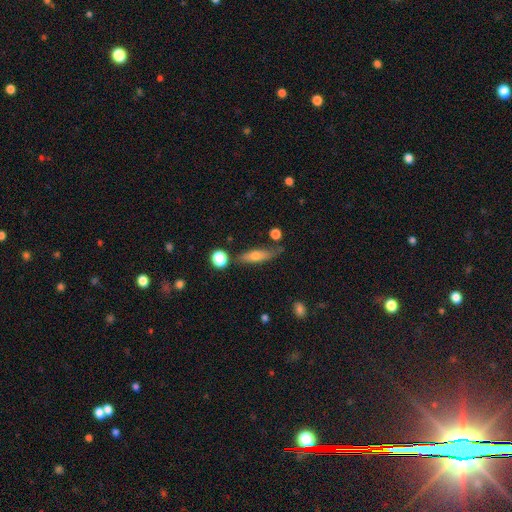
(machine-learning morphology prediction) A smooth galaxy with no disk features (55%) that is cigar-shaped (63%).

Vote fractions:
- Smooth or featured? smooth: 55% / featured or disk: 36% / star or artifact: 8%
- How rounded? cigar-shaped: 63% / in between: 33% / round: 4%
- Merging? none: 70% / minor disturbance: 19% / merger: 5% / major disturbance: 5%